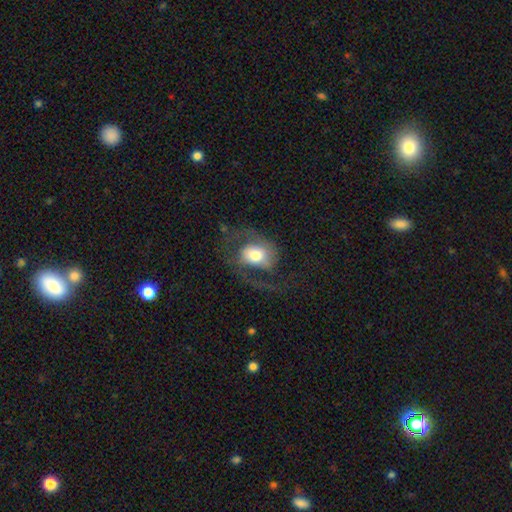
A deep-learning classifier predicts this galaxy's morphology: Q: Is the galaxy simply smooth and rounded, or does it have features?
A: featured or disk — 50%.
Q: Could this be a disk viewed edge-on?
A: no — 96%.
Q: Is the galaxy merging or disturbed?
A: major disturbance — 41%.